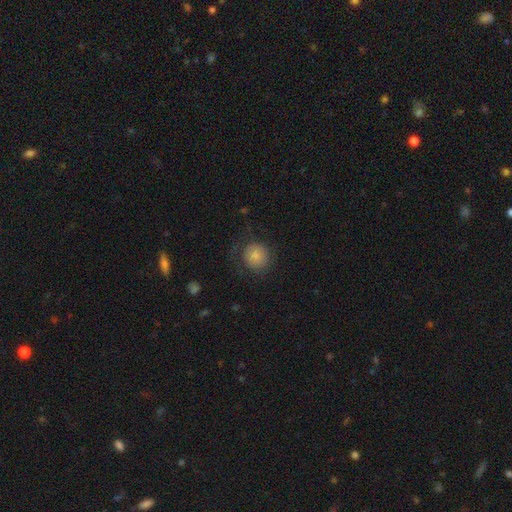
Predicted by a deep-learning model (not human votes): Q: Smooth or featured?
A: smooth (79%); runner-up: featured or disk (11%)
Q: How rounded?
A: round (91%); runner-up: in between (8%)
Q: Merging?
A: none (74%); runner-up: minor disturbance (16%)